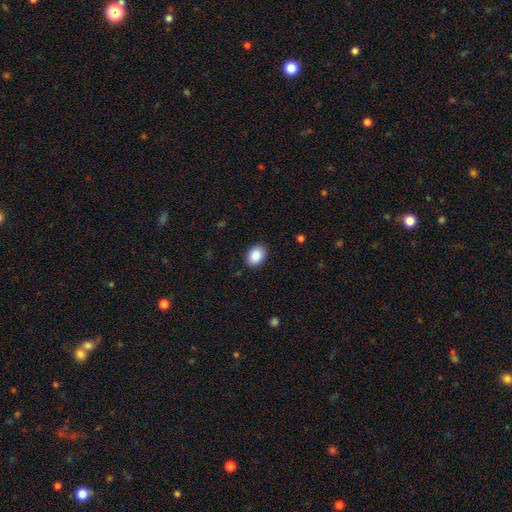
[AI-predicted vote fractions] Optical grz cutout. It shows a smooth galaxy with no disk features (88%) that is in between round and cigar-shaped (70%). Merging: none (89%).